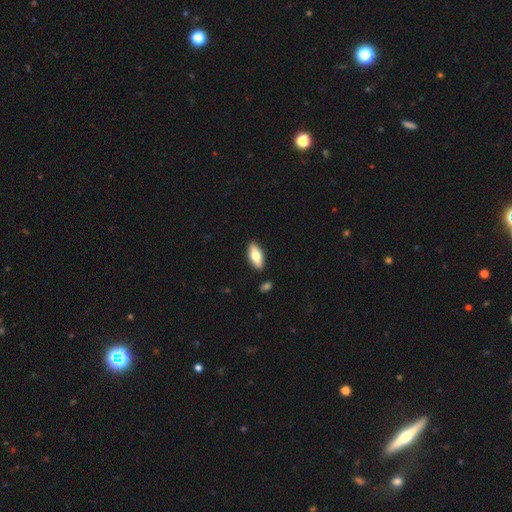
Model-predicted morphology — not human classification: This is likely a smooth galaxy (65%). How rounded: likely in between (80%). Merging: clearly none (88%).